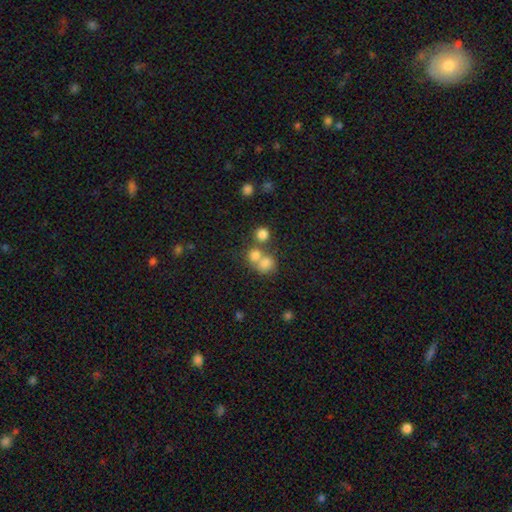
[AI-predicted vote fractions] smooth 75%, star or artifact 15%, featured or disk 11%. Down the decision tree: how rounded — round (78%); merging — merger (47%).